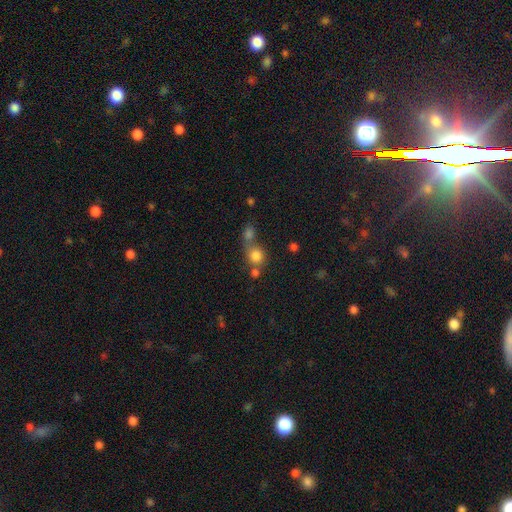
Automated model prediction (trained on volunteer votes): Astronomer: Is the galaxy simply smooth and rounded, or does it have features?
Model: smooth — 79%.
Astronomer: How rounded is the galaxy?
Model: round — 83%.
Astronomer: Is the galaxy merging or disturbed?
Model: merger — 45% (runner-up: none, 41%).